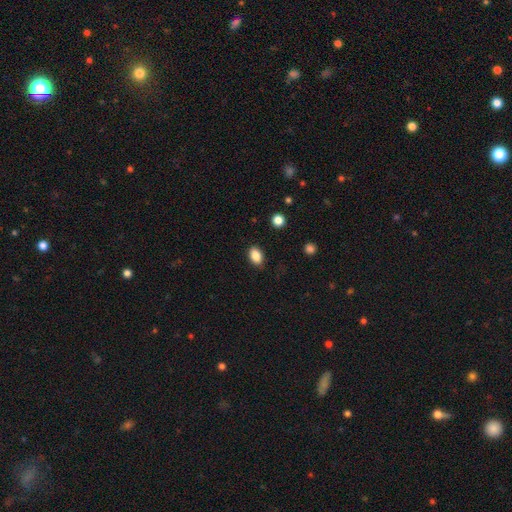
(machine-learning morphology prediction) smooth 87%, star or artifact 9%, featured or disk 4%. Down the decision tree: how rounded — in between (86%); merging — none (88%).